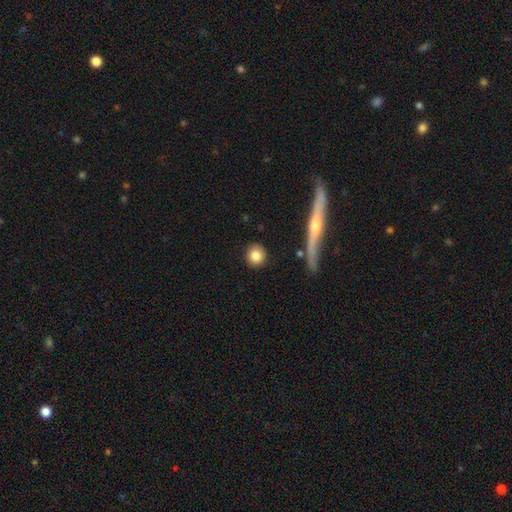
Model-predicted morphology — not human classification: Smooth or featured?
  - smooth: 83% *
  - featured or disk: 9%
  - star or artifact: 8%
How rounded?
  - round: 91% *
  - in between: 7%
  - cigar-shaped: 2%
Merging?
  - none: 90% *
  - minor disturbance: 6%
  - merger: 2%
  - major disturbance: 2%